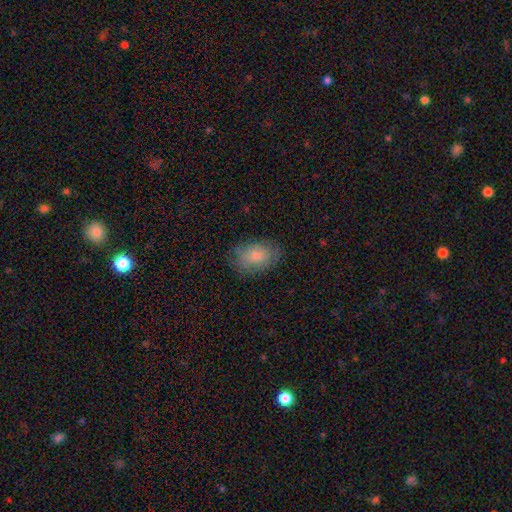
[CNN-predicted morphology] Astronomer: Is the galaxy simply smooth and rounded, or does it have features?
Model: smooth — 80%.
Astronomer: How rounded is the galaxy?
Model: in between — 83%.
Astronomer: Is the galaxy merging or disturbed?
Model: none — 76%.